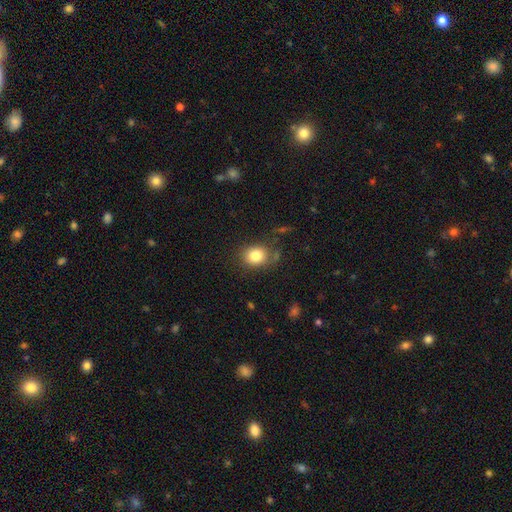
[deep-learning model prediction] Smooth or featured? smooth (82%)
How rounded? round (60%)
Merging? none (76%)